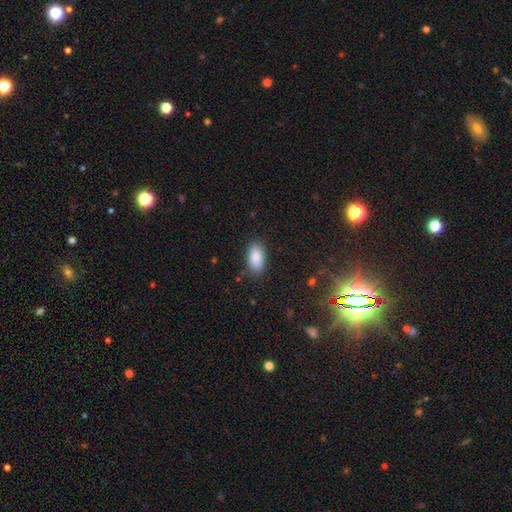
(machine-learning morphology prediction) smooth_or_featured: smooth (p=0.89) [alt: star or artifact p=0.07]
how_rounded: in between (p=0.93) [alt: round p=0.03]
merging: none (p=0.85) [alt: minor disturbance p=0.11]